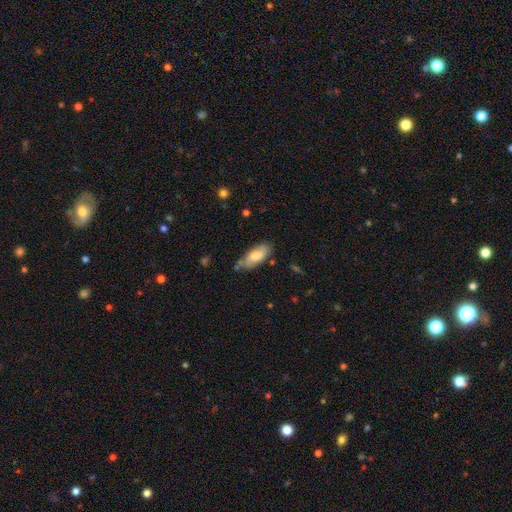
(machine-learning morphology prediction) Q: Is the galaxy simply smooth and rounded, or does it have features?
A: smooth — 69%.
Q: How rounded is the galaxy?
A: in between — 82%.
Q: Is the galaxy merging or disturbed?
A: none — 65%.